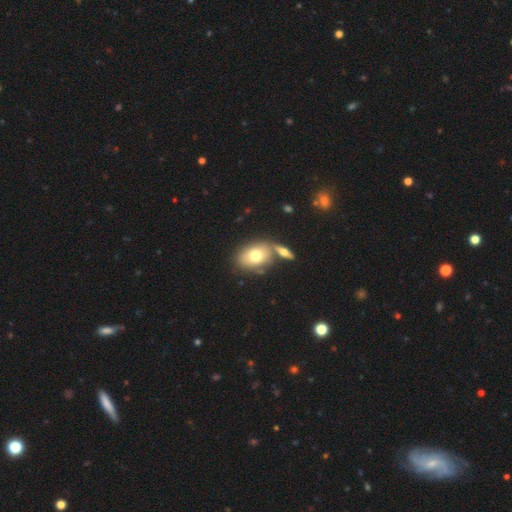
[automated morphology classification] Q: Smooth or featured?
A: smooth (71%); runner-up: featured or disk (21%)
Q: How rounded?
A: in between (79%); runner-up: round (19%)
Q: Merging?
A: none (56%); runner-up: merger (27%)